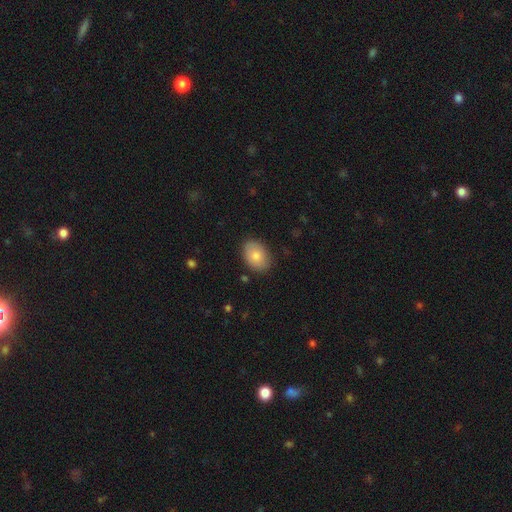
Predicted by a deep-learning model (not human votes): Smooth or featured? smooth (82%)
How rounded? in between (78%)
Merging? none (84%)